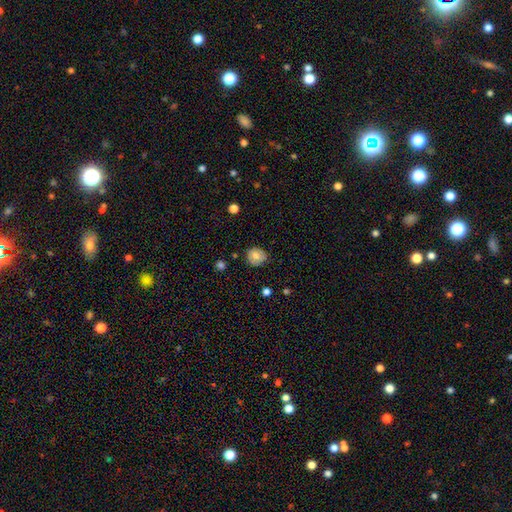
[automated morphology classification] This is likely a smooth galaxy (69%). How rounded: clearly round (83%). Merging: likely none (80%).